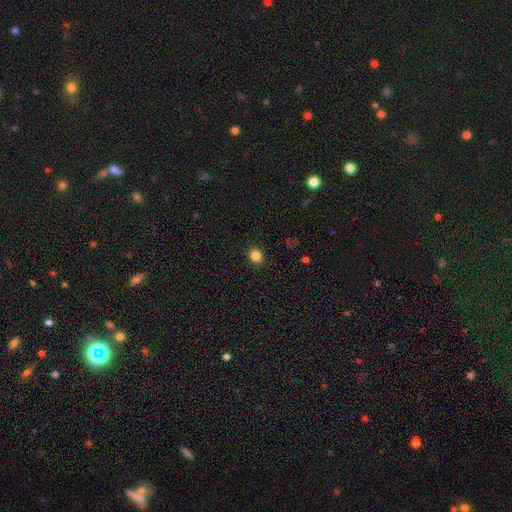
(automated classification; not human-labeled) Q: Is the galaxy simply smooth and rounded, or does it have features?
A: smooth — 84%.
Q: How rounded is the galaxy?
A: round — 68%.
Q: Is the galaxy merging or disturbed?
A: none — 90%.